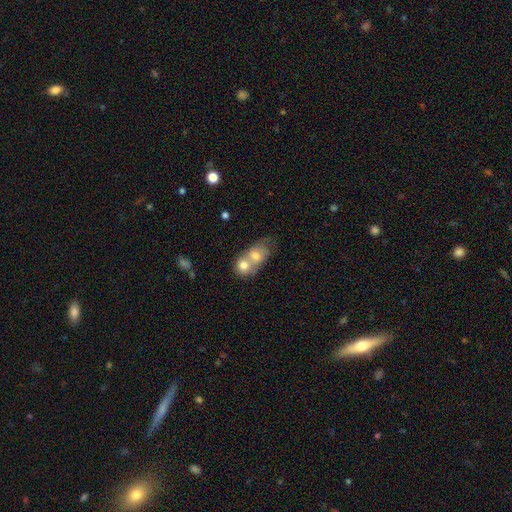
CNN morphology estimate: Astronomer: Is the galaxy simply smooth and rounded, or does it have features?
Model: smooth — 69%.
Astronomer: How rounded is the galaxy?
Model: in between — 58% (runner-up: round, 39%).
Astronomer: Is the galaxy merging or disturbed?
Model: merger — 73%.